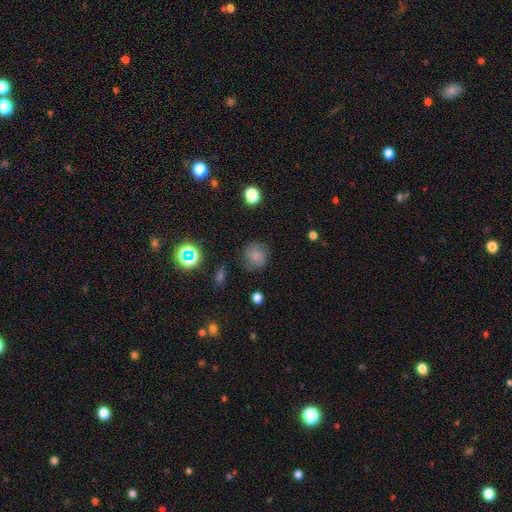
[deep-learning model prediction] smooth 76%, star or artifact 15%, featured or disk 9%. Down the decision tree: how rounded — round (89%); merging — none (76%).